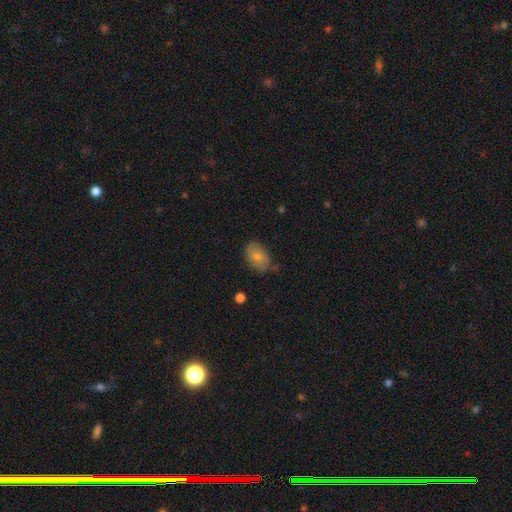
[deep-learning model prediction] Morphology: type=smooth (67%); roundness=in between (81%); merging=none (68%).